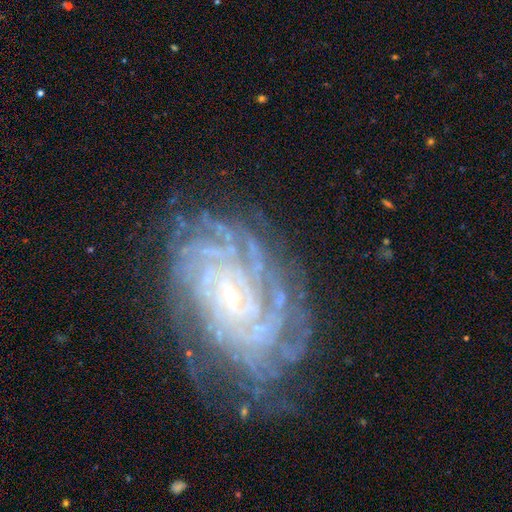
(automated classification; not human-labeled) This appears to be a featured or disk galaxy (87%) with no bar (45%), tight (77%) spiral arms (96%) and a small central bulge (81%). Merging: none (69%).